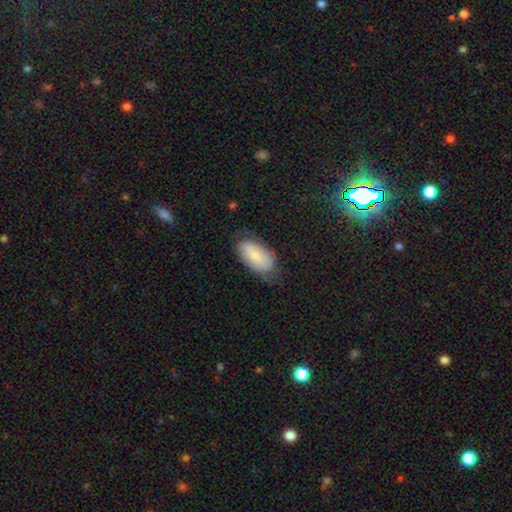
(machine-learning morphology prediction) This appears to be a smooth galaxy with no disk features (76%) that is in between round and cigar-shaped (94%). Merging: none (69%).